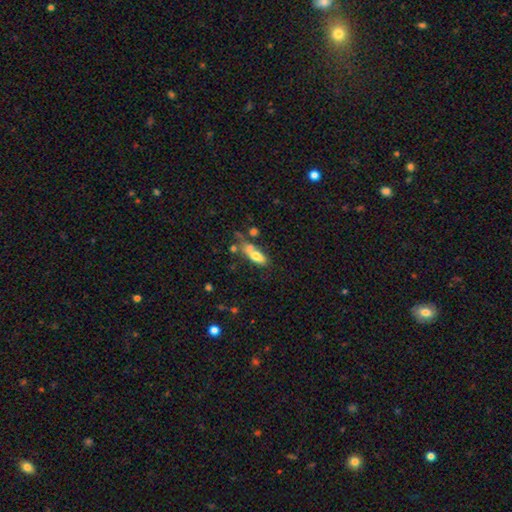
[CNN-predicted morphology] Smooth or featured: smooth — 69% (featured or disk — 22%)
How rounded: in between — 75% (cigar-shaped — 20%)
Merging: merger — 37% (none — 34%)